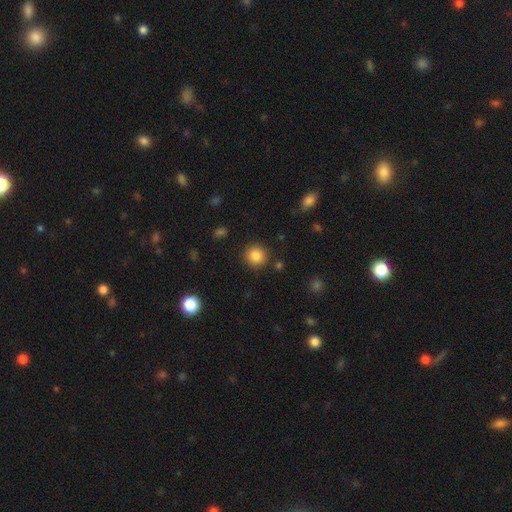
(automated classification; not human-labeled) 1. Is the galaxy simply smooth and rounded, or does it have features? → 86% smooth, 10% star or artifact, 4% featured or disk.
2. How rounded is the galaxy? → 92% round, 7% in between, 1% cigar-shaped.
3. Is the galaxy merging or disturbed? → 89% none, 6% minor disturbance, 3% major disturbance, 2% merger.